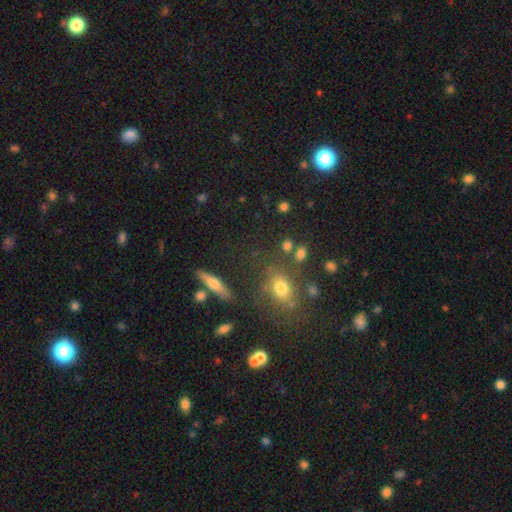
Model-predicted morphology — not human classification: This is possibly a smooth galaxy (51%). How rounded: possibly round (51%). Merging: likely none (71%).